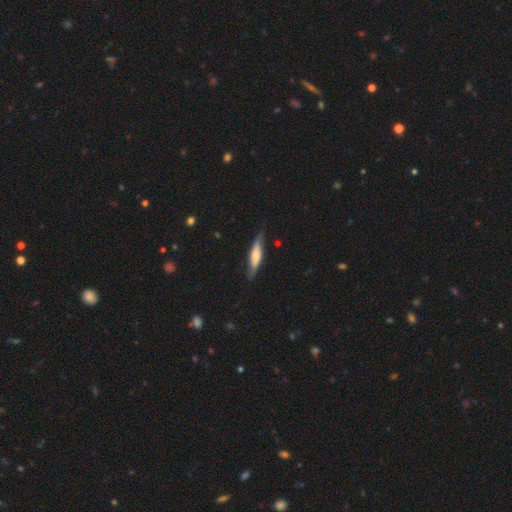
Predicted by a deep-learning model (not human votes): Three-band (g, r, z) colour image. It shows a smooth galaxy with no disk features (48%). Merging: none (74%).